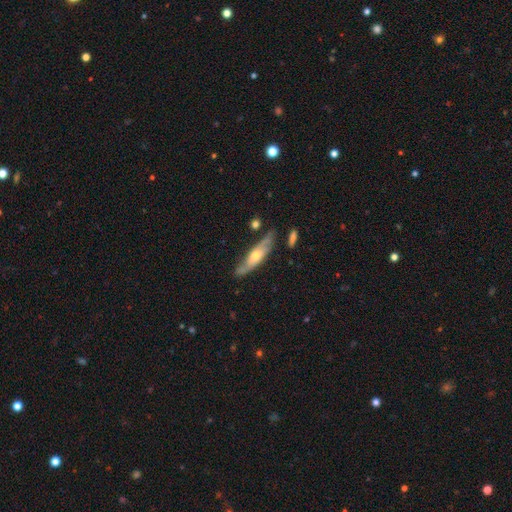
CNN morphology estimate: Smooth or featured: featured or disk — 59% (smooth — 35%)
Edge-on disk: yes — 57% (no — 43%)
Merging: none — 71% (minor disturbance — 19%)